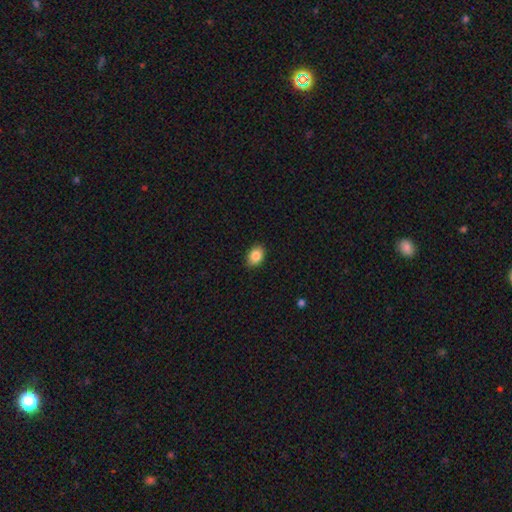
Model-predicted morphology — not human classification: Smooth or featured: smooth — 86% (star or artifact — 8%)
How rounded: in between — 76% (round — 23%)
Merging: none — 89% (minor disturbance — 8%)